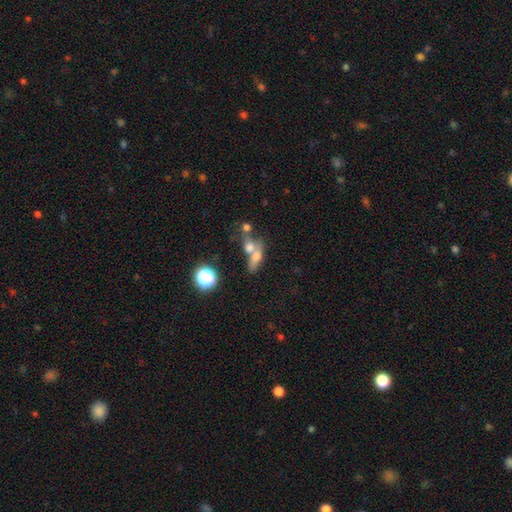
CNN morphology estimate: A smooth galaxy with no disk features (60%) that is in between round and cigar-shaped (54%).

Vote fractions:
- Smooth or featured? smooth: 60% / featured or disk: 25% / star or artifact: 15%
- How rounded? in between: 54% / round: 26% / cigar-shaped: 20%
- Merging? merger: 53% / none: 27% / minor disturbance: 10% / major disturbance: 9%